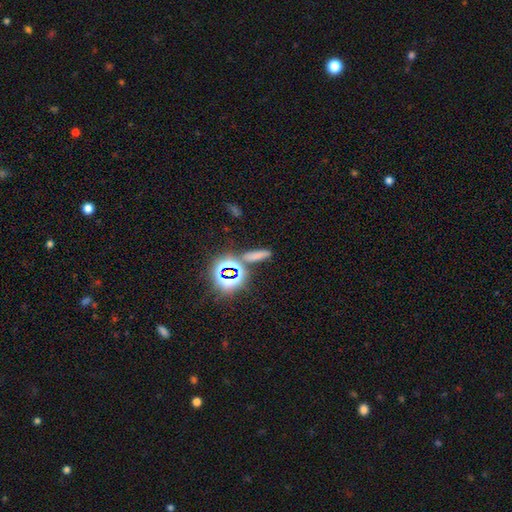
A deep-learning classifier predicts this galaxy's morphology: Q: Smooth or featured?
A: smooth (60%); runner-up: star or artifact (31%)
Q: How rounded?
A: cigar-shaped (65%); runner-up: in between (25%)
Q: Merging?
A: none (78%); runner-up: minor disturbance (10%)